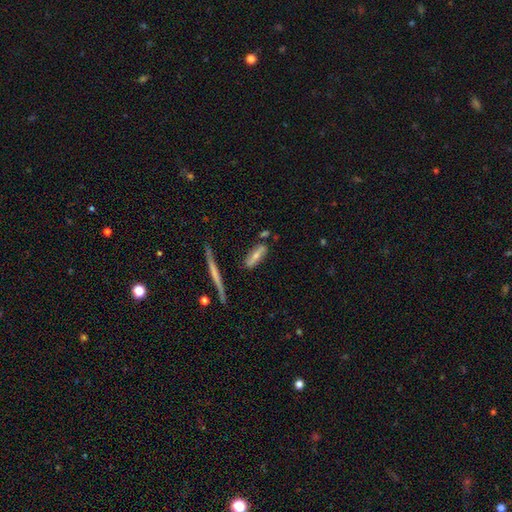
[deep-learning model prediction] A smooth galaxy with no disk features (57%) that is cigar-shaped (54%).

Vote fractions:
- Smooth or featured? smooth: 57% / featured or disk: 36% / star or artifact: 7%
- How rounded? cigar-shaped: 54% / in between: 43% / round: 3%
- Merging? none: 72% / minor disturbance: 17% / merger: 6% / major disturbance: 5%